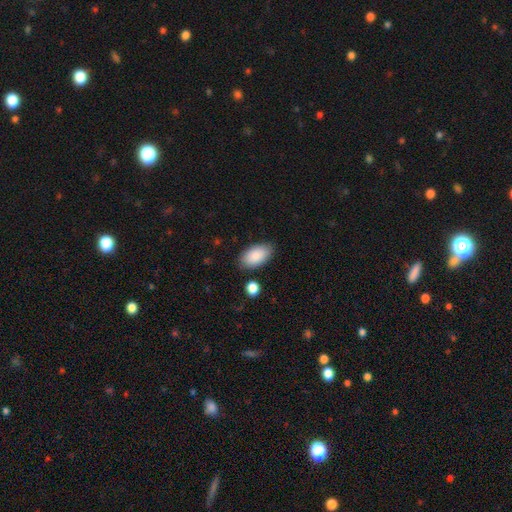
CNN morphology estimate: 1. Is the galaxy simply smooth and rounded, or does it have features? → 89% smooth, 6% star or artifact, 5% featured or disk.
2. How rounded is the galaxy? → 95% in between, 3% round, 2% cigar-shaped.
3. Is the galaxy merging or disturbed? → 83% none, 12% minor disturbance, 3% merger, 3% major disturbance.